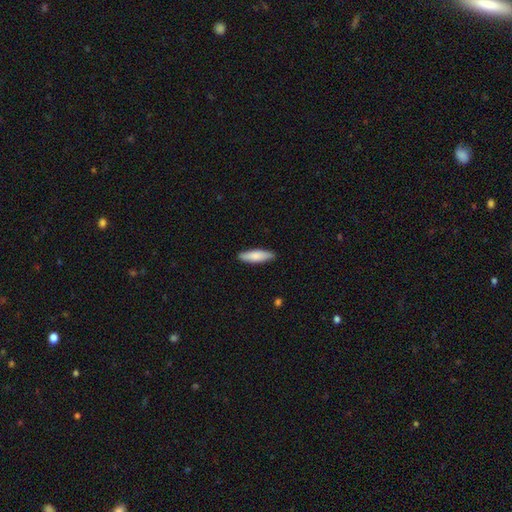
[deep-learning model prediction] Overall: smooth (82%). How rounded: cigar-shaped (63%; in between 36%). Merging: none (89%).